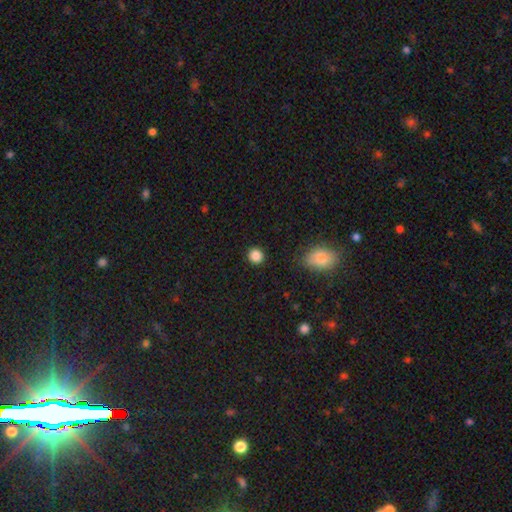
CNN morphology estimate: The model was most divided on "smooth or featured": smooth: 86%, star or artifact: 10%, featured or disk: 3%. More confident: how rounded — round (90%); merging — none (90%).